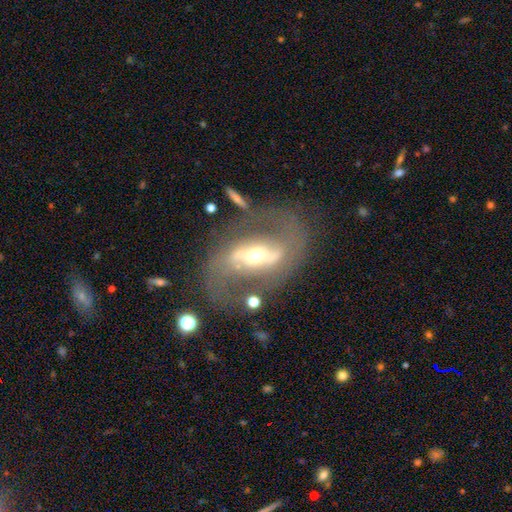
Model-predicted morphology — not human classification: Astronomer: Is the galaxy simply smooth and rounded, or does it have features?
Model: featured or disk — 84%.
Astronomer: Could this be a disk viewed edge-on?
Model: no — 94%.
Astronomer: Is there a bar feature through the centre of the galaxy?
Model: strong — 55%.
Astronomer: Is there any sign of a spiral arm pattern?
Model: yes — 83%.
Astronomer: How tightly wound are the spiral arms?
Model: medium — 45% (runner-up: loose, 39%).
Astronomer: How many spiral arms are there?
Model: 2 — 88%.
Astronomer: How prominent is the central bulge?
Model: moderate — 59%.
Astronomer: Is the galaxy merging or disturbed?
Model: none — 66%.